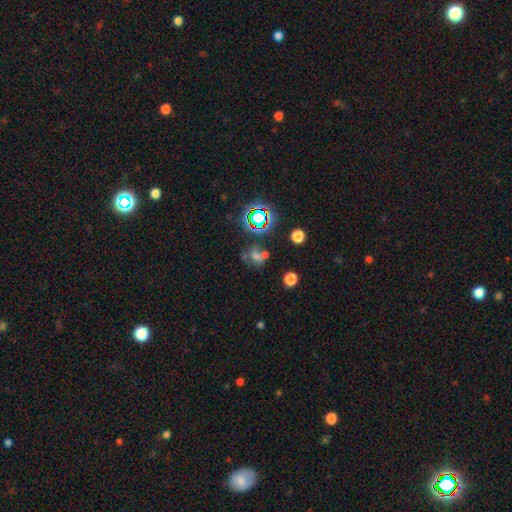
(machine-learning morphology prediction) This is marginally a smooth galaxy (44%). Merging: marginally none (43%).